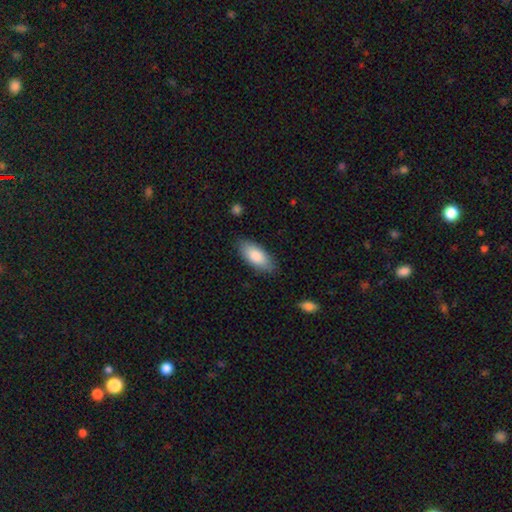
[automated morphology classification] This appears to be a smooth galaxy with no disk features (85%) that is in between round and cigar-shaped (86%). Merging: none (84%).